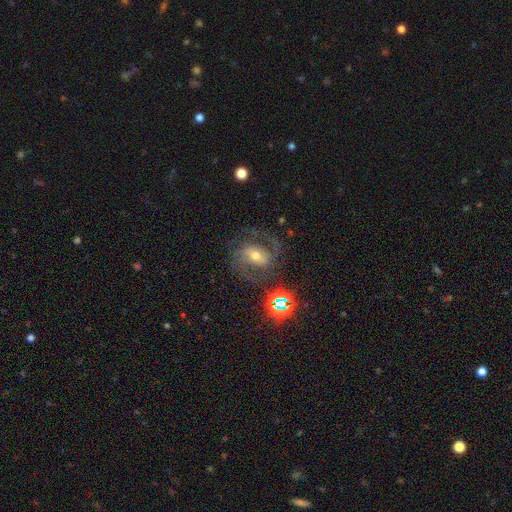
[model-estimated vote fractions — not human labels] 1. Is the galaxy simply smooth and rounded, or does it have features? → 78% featured or disk, 11% star or artifact, 10% smooth.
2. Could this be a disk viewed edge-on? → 97% no, 3% yes.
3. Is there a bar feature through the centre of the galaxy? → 42% weak, 30% no, 28% strong.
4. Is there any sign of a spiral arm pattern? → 94% yes, 6% no.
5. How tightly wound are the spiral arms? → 58% medium, 21% tight, 21% loose.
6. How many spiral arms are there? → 89% 2, 4% can't tell, 3% 1, 2% 3, 1% 4, 1% more than 4.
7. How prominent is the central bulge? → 66% moderate, 26% small, 6% large, 1% none, 1% dominant.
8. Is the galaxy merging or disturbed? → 72% none, 14% minor disturbance, 12% major disturbance, 3% merger.